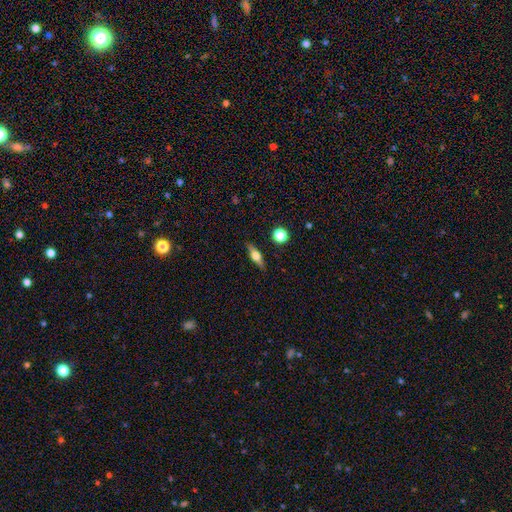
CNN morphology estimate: Smooth or featured: featured or disk — 50% (smooth — 42%)
Edge-on disk: yes — 92% (no — 8%)
Merging: none — 87% (minor disturbance — 9%)